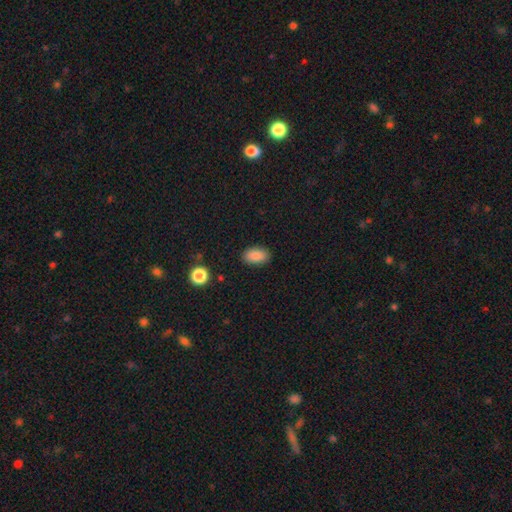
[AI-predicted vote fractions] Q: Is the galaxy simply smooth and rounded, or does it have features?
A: smooth — 86%.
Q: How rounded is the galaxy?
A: in between — 91%.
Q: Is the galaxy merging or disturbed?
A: none — 88%.